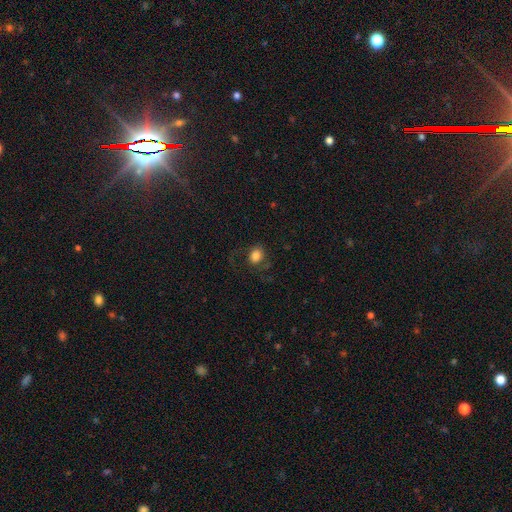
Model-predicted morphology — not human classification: Smooth or featured?
  - smooth: 76% *
  - featured or disk: 13%
  - star or artifact: 11%
How rounded?
  - round: 50% *
  - in between: 49%
  - cigar-shaped: 1%
Merging?
  - none: 60% *
  - major disturbance: 21%
  - minor disturbance: 17%
  - merger: 2%